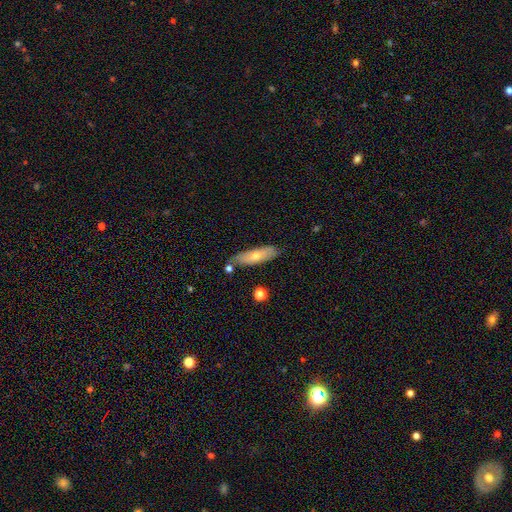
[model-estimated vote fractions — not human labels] Smooth or featured: smooth — 59% (featured or disk — 35%)
How rounded: cigar-shaped — 59% (in between — 38%)
Merging: none — 79% (minor disturbance — 14%)